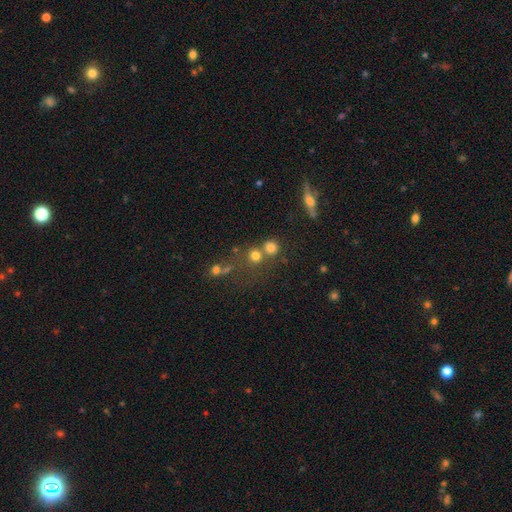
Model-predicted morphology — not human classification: smooth-or-featured: smooth: 73% | star or artifact: 18% | featured or disk: 10%
  how-rounded: round: 88% | in between: 11% | cigar-shaped: 1%
  merging: none: 57% | merger: 30% | minor disturbance: 8% | major disturbance: 5%